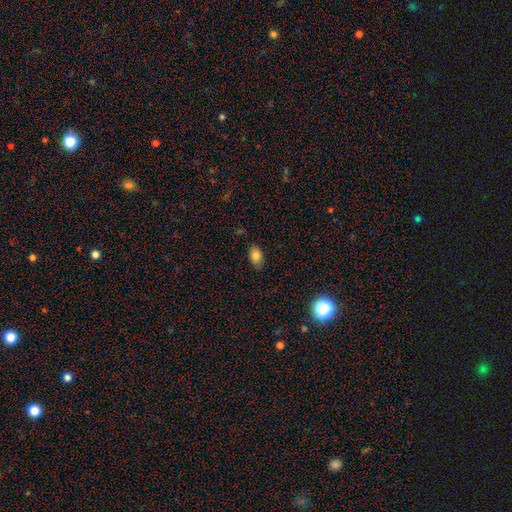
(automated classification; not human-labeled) The model was most divided on "merging": none: 81%, minor disturbance: 15%, major disturbance: 3%, merger: 1%. More confident: how rounded — in between (86%); smooth or featured — smooth (83%).